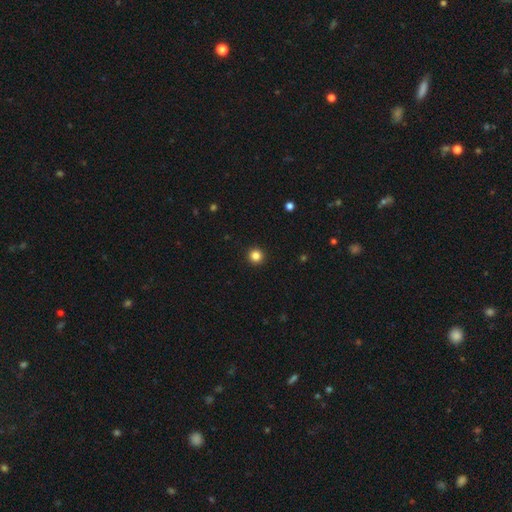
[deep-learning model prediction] Q: Smooth or featured?
A: smooth (84%); runner-up: star or artifact (12%)
Q: How rounded?
A: round (96%); runner-up: in between (3%)
Q: Merging?
A: none (94%); runner-up: minor disturbance (4%)